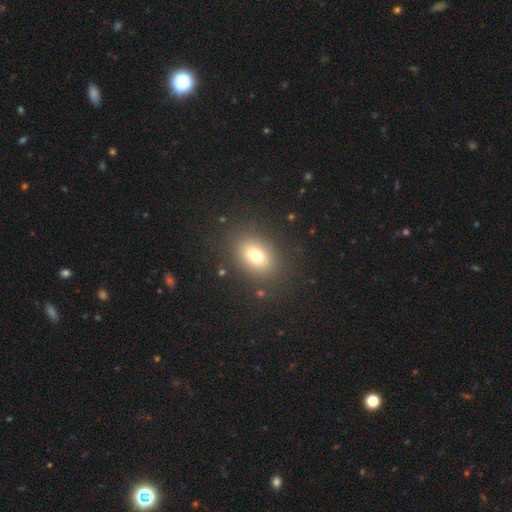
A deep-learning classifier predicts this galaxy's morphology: type=smooth (74%); roundness=in between (68%); merging=none (85%).